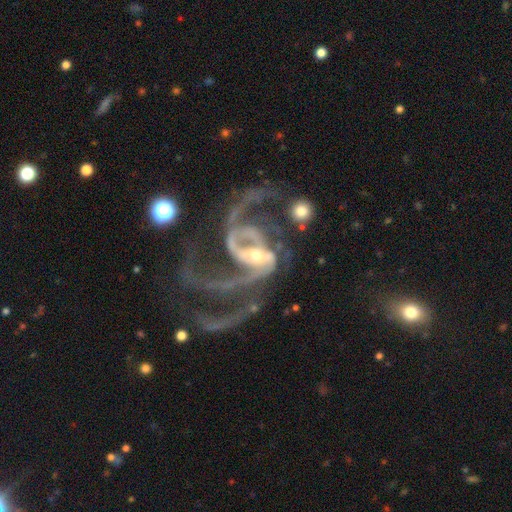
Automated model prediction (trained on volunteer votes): smooth_or_featured: featured or disk (p=0.90) [alt: star or artifact p=0.06]
disk_edge_on: no (p=0.98) [alt: yes p=0.02]
bar: strong (p=0.37) [alt: weak p=0.35]
has_spiral_arms: yes (p=0.94) [alt: no p=0.06]
spiral_winding: loose (p=0.45) [alt: medium p=0.42]
spiral_arm_count: 2 (p=0.54) [alt: 3 p=0.16]
bulge_size: small (p=0.51) [alt: moderate p=0.41]
merging: major disturbance (p=0.52) [alt: none p=0.21]